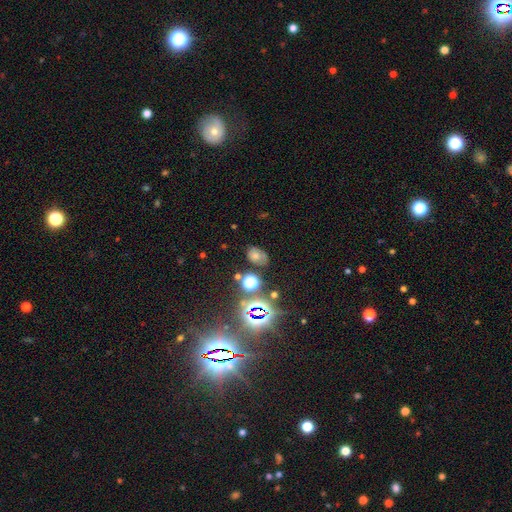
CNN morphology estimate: smooth 54%, star or artifact 28%, featured or disk 18%. Down the decision tree: how rounded — in between (77%); merging — none (66%).